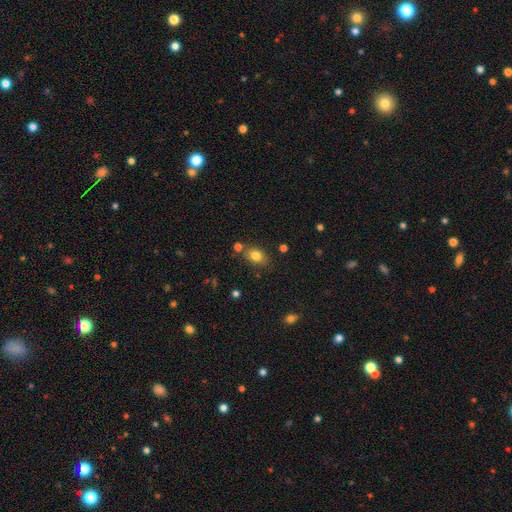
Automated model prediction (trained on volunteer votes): Morphology: type=smooth (80%); roundness=in between (72%); merging=none (75%).